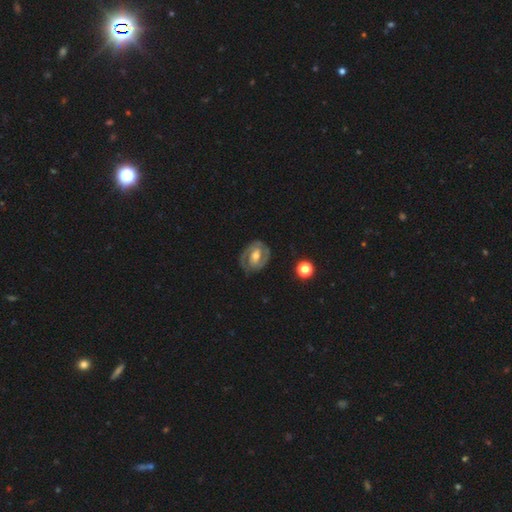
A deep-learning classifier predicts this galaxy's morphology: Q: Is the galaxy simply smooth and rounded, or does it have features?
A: featured or disk — 83%.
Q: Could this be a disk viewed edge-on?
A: no — 97%.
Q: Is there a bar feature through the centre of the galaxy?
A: weak — 44%.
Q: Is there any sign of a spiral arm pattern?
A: yes — 91%.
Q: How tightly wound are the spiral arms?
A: tight — 56%.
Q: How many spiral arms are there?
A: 2 — 85%.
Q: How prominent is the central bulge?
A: moderate — 64%.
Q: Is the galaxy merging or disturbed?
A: none — 80%.